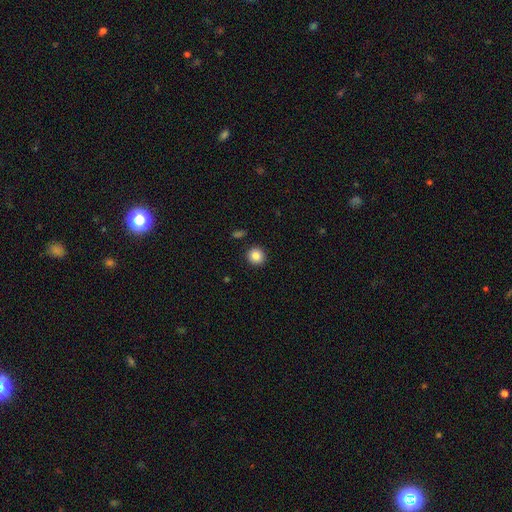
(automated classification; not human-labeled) A smooth galaxy with no disk features (85%) that is round (92%).

Vote fractions:
- Smooth or featured? smooth: 85% / star or artifact: 10% / featured or disk: 6%
- How rounded? round: 92% / in between: 7% / cigar-shaped: 1%
- Merging? none: 91% / minor disturbance: 5% / major disturbance: 2% / merger: 2%